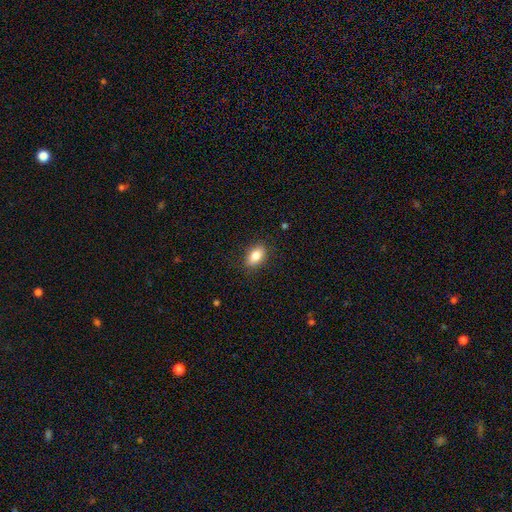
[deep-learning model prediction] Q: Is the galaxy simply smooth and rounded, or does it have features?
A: smooth — 84%.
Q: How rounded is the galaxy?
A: in between — 87%.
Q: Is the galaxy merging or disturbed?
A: none — 85%.